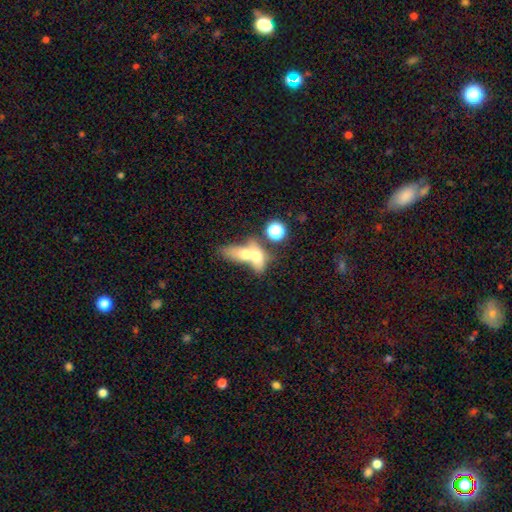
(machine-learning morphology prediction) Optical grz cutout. It shows a smooth galaxy with no disk features (60%) that is in between round and cigar-shaped (67%). Merging: merger (72%).